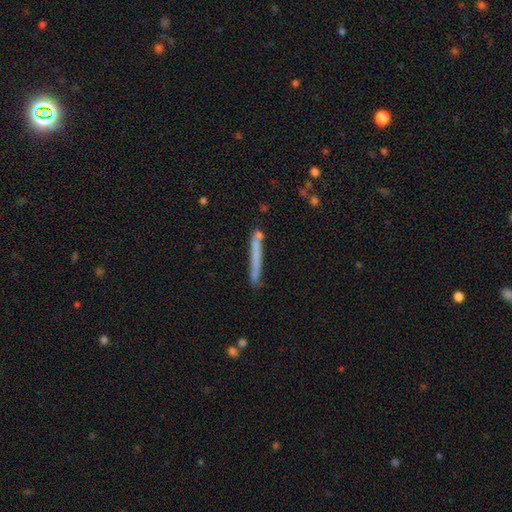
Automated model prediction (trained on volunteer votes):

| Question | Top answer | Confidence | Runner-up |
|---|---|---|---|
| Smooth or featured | smooth | 61% | featured or disk (32%) |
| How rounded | cigar-shaped | 97% | in between (2%) |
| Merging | none | 79% | minor disturbance (13%) |